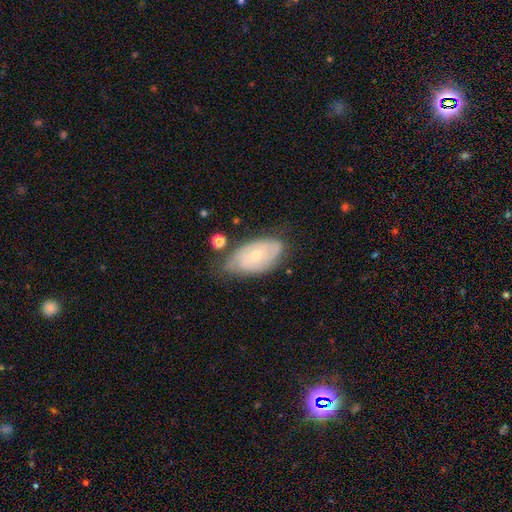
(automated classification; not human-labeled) A featured or disk galaxy (57%) with no bar (74%), spiral arms (68%) and a small central bulge (62%).

Vote fractions:
- Smooth or featured? featured or disk: 57% / smooth: 36% / star or artifact: 7%
- Edge-on disk? no: 93% / yes: 7%
- Bar? no: 74% / weak: 22% / strong: 4%
- Spiral arms? yes: 68% / no: 32%
- Bulge size? small: 62% / moderate: 35% / none: 1% / large: 1% / dominant: 1%
- Merging? none: 55% / minor disturbance: 32% / major disturbance: 9% / merger: 4%